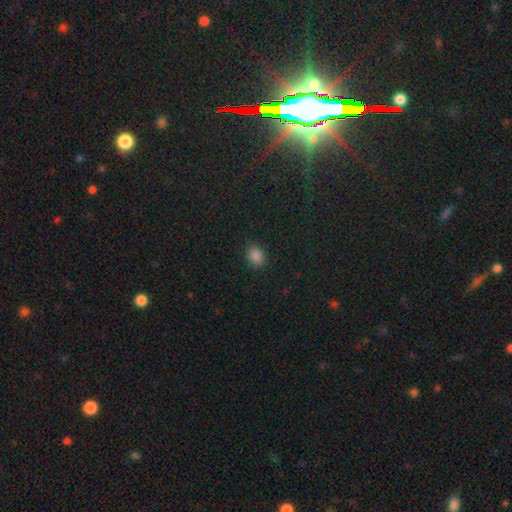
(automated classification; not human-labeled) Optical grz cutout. It shows a smooth galaxy with no disk features (85%) that is in between round and cigar-shaped (61%). Merging: none (88%).